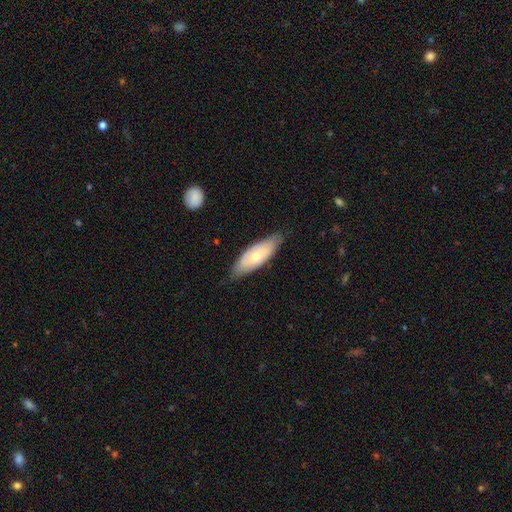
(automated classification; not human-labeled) smooth-or-featured: smooth: 54% | featured or disk: 41% | star or artifact: 5%
  how-rounded: in between: 73% | cigar-shaped: 25% | round: 2%
  merging: none: 72% | minor disturbance: 23% | major disturbance: 4% | merger: 1%